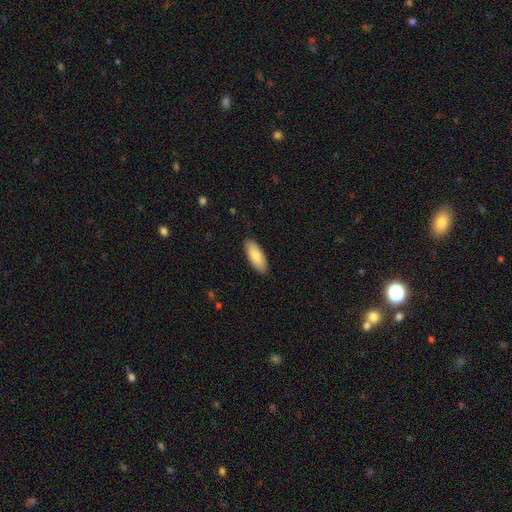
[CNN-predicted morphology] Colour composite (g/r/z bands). It shows a smooth galaxy with no disk features (83%) that is in between round and cigar-shaped (77%). Merging: none (90%).